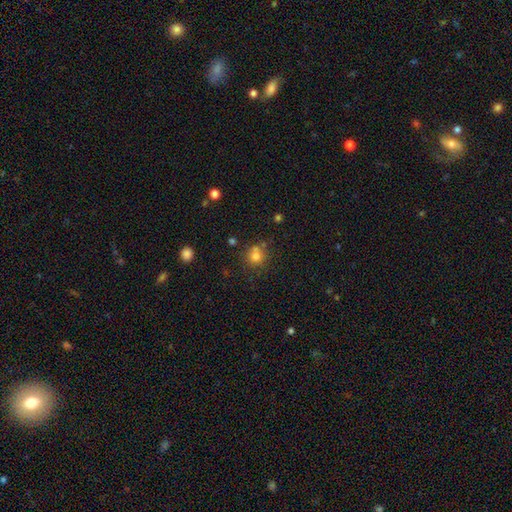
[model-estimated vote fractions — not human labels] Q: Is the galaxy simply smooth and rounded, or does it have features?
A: smooth — 77%.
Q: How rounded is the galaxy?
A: round — 90%.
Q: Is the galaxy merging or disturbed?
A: none — 66%.